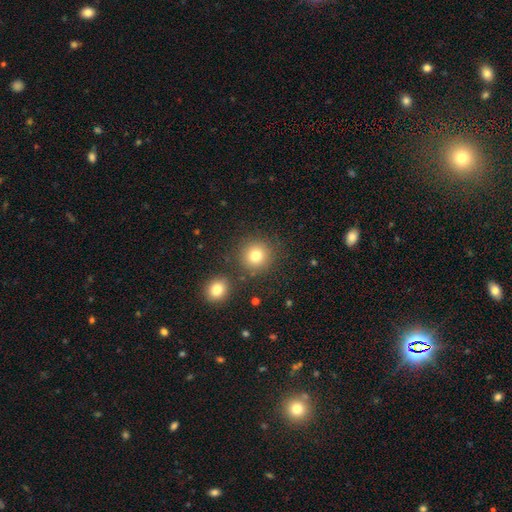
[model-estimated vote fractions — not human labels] A smooth galaxy with no disk features (79%) that is round (92%).

Vote fractions:
- Smooth or featured? smooth: 79% / star or artifact: 13% / featured or disk: 8%
- How rounded? round: 92% / in between: 7% / cigar-shaped: 1%
- Merging? none: 82% / minor disturbance: 8% / merger: 7% / major disturbance: 3%